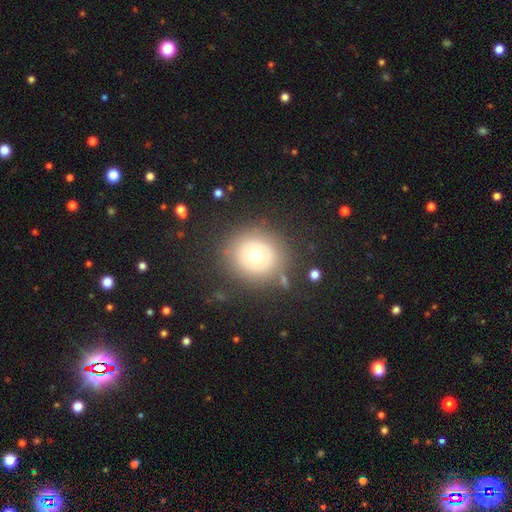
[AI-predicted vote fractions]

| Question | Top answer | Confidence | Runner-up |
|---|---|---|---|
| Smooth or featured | smooth | 64% | featured or disk (24%) |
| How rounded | round | 90% | in between (10%) |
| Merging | none | 81% | minor disturbance (10%) |